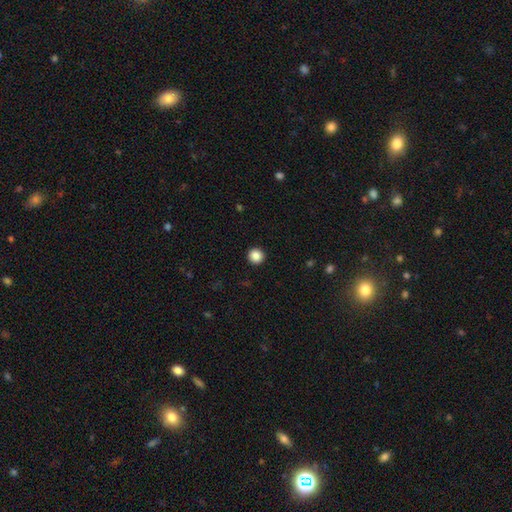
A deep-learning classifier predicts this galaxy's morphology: smooth_or_featured: smooth (p=0.87) [alt: star or artifact p=0.10]
how_rounded: round (p=0.95) [alt: in between p=0.04]
merging: none (p=0.94) [alt: minor disturbance p=0.04]